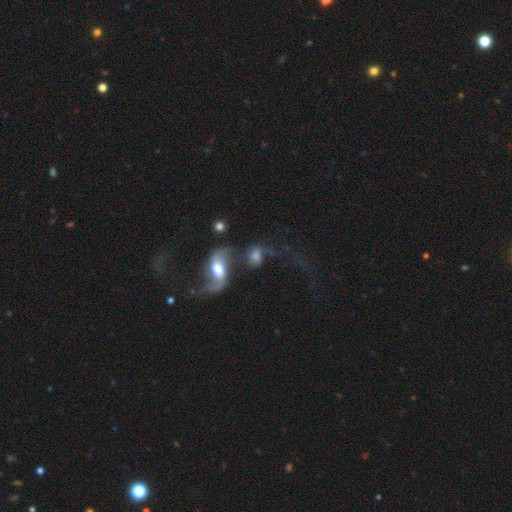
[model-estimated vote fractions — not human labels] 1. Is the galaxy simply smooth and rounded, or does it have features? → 46% featured or disk, 42% smooth, 12% star or artifact.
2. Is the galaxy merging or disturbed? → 30% none (tied), 30% merger (tied), 24% major disturbance, 15% minor disturbance.